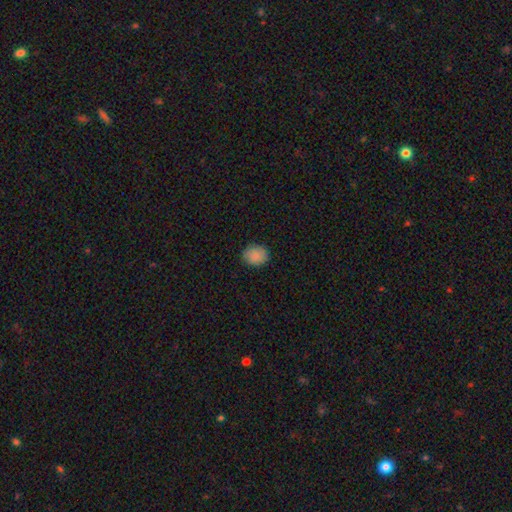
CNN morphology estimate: Smooth or featured: smooth — 88% (star or artifact — 8%)
How rounded: round — 59% (in between — 40%)
Merging: none — 87% (minor disturbance — 10%)